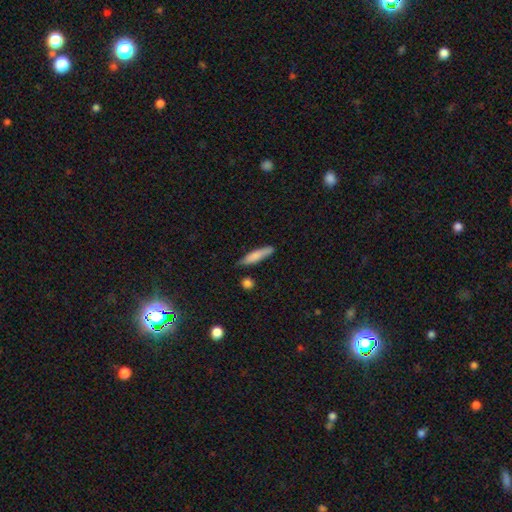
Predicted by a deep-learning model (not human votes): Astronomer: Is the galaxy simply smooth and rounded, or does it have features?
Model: smooth — 77%.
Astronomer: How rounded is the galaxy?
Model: cigar-shaped — 81%.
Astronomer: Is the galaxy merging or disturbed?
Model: none — 75%.